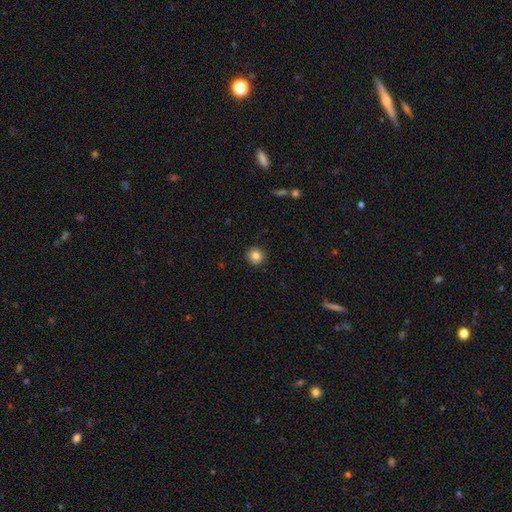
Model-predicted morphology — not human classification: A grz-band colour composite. It shows a smooth galaxy with no disk features (85%) that is round (89%). Merging: none (90%).